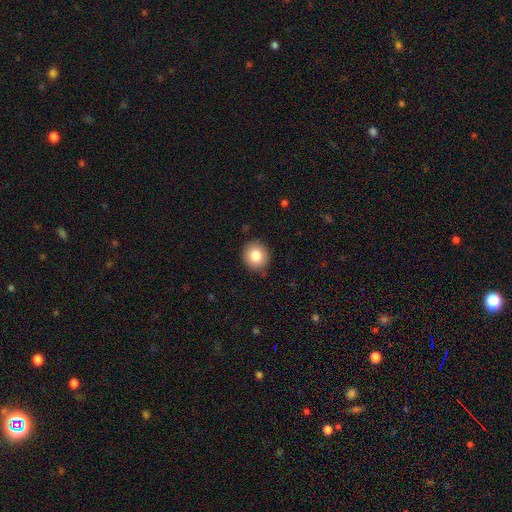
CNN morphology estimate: Q: Smooth or featured?
A: smooth (82%); runner-up: star or artifact (9%)
Q: How rounded?
A: round (86%); runner-up: in between (13%)
Q: Merging?
A: none (88%); runner-up: minor disturbance (8%)